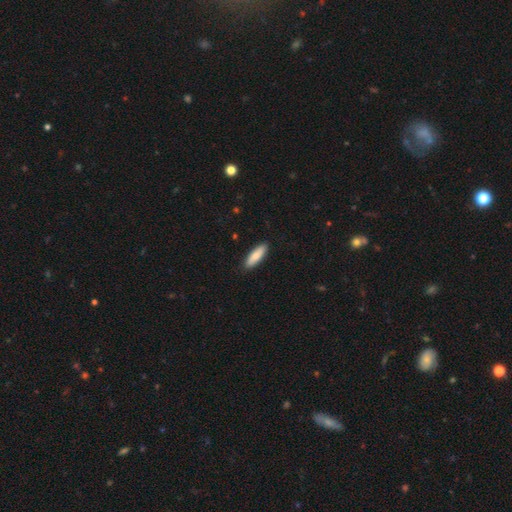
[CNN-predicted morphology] smooth 82%, featured or disk 13%, star or artifact 5%. Down the decision tree: how rounded — cigar-shaped (51%); merging — none (89%).